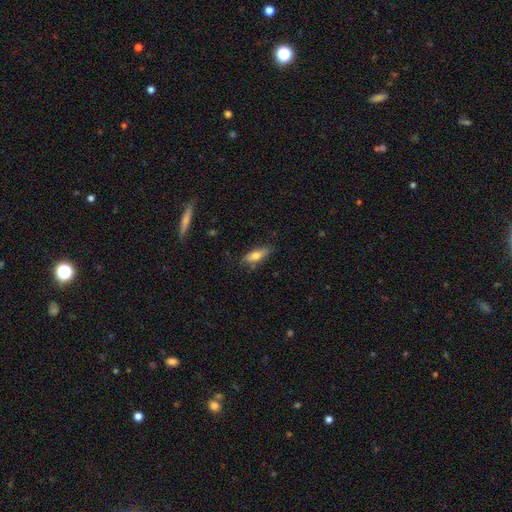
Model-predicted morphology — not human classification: Overall: smooth (70%). How rounded: in between (63%; cigar-shaped 34%). Merging: none (73%).